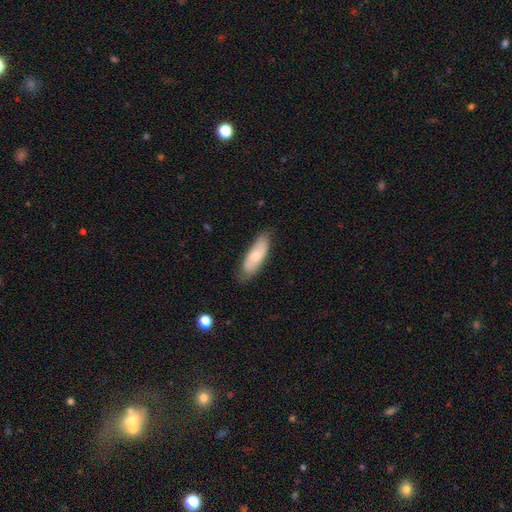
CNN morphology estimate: smooth_or_featured: smooth (p=0.66) [alt: featured or disk p=0.28]
how_rounded: in between (p=0.67) [alt: cigar-shaped p=0.31]
merging: none (p=0.78) [alt: minor disturbance p=0.17]